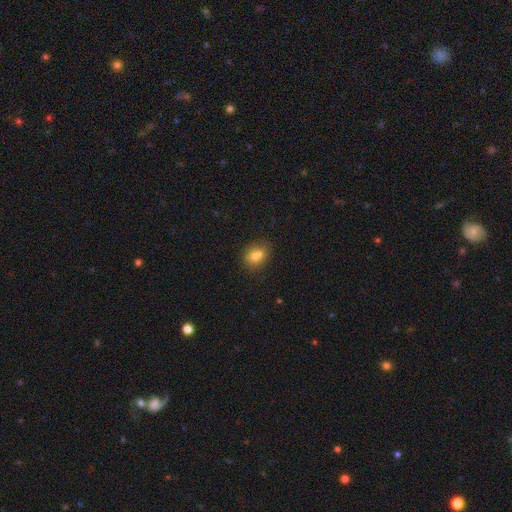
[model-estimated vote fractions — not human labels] This is likely a smooth galaxy (73%). How rounded: possibly round (53%). Merging: possibly none (50%).